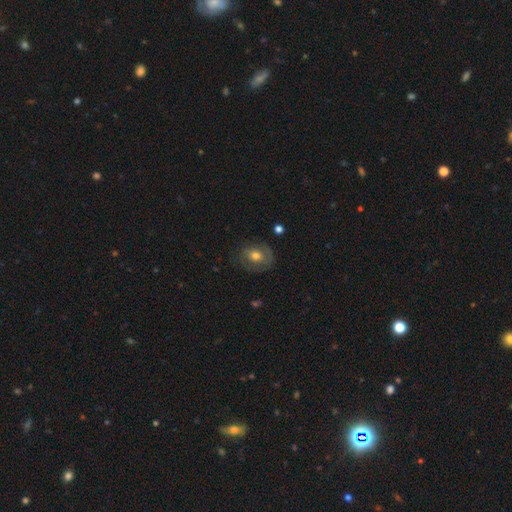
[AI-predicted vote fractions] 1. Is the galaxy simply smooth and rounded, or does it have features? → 56% smooth, 35% featured or disk, 9% star or artifact.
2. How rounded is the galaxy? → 54% round, 45% in between, 1% cigar-shaped.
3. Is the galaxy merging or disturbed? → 71% none, 19% minor disturbance, 9% major disturbance, 1% merger.